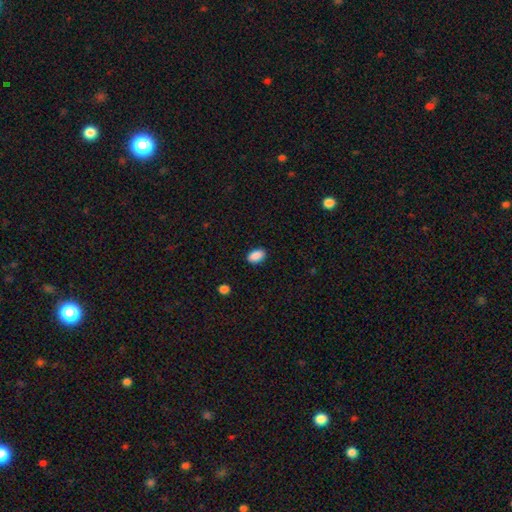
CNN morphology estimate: This appears to be a smooth galaxy with no disk features (90%) that is in between round and cigar-shaped (91%). Merging: none (88%).